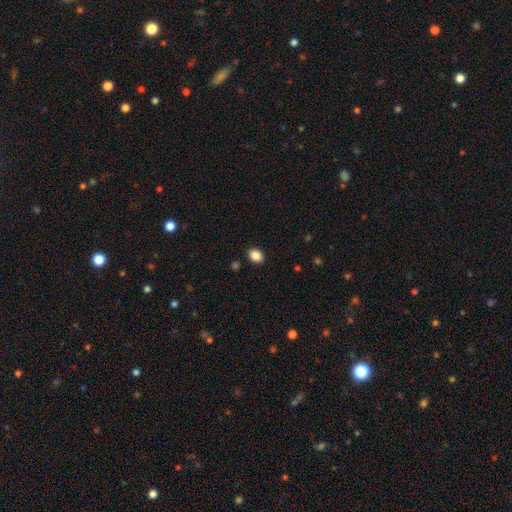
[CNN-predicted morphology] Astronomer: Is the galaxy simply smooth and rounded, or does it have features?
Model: smooth — 87%.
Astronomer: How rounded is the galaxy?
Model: in between — 64%.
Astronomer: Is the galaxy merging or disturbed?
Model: none — 89%.